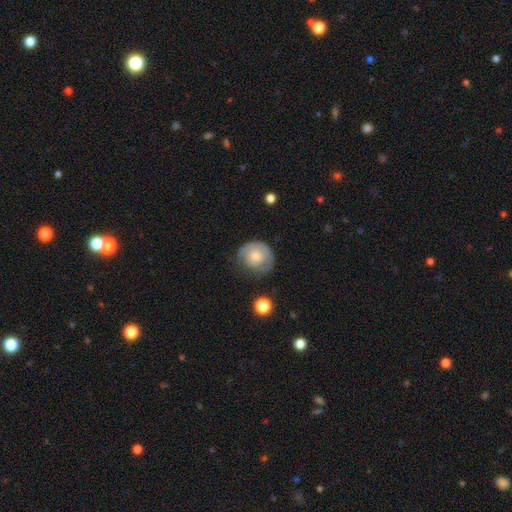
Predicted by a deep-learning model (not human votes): smooth-or-featured: smooth: 53% | featured or disk: 41% | star or artifact: 7%
  how-rounded: round: 79% | in between: 20% | cigar-shaped: 1%
  merging: none: 55% | minor disturbance: 29% | major disturbance: 14% | merger: 2%